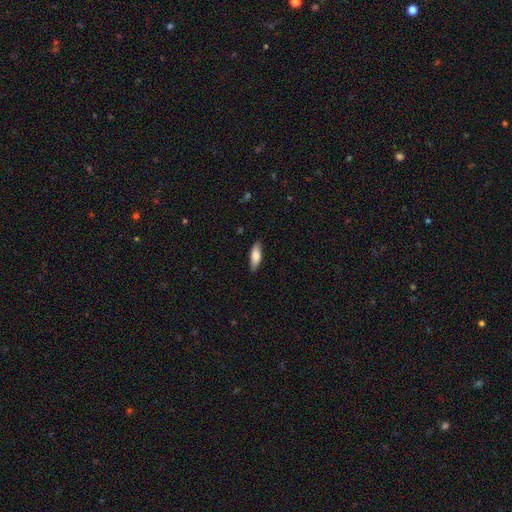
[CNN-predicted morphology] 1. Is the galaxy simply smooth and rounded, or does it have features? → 78% smooth, 16% featured or disk, 6% star or artifact.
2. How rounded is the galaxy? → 63% in between, 35% cigar-shaped, 2% round.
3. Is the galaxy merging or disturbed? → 85% none, 12% minor disturbance, 2% major disturbance, 1% merger.